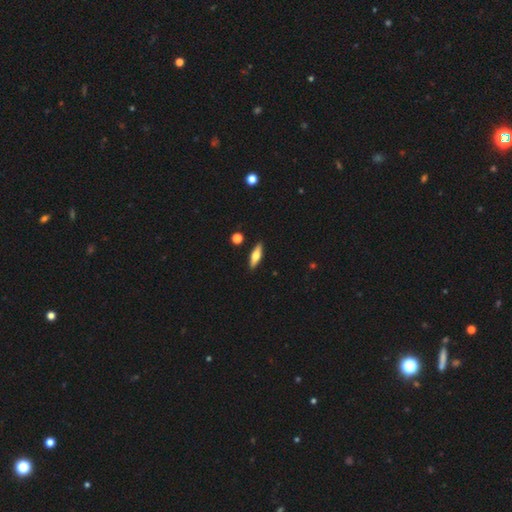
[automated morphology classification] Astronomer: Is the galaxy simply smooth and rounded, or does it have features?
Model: smooth — 51% (runner-up: featured or disk, 43%).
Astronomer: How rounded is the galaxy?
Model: cigar-shaped — 56% (runner-up: in between, 41%).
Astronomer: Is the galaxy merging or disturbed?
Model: none — 89%.